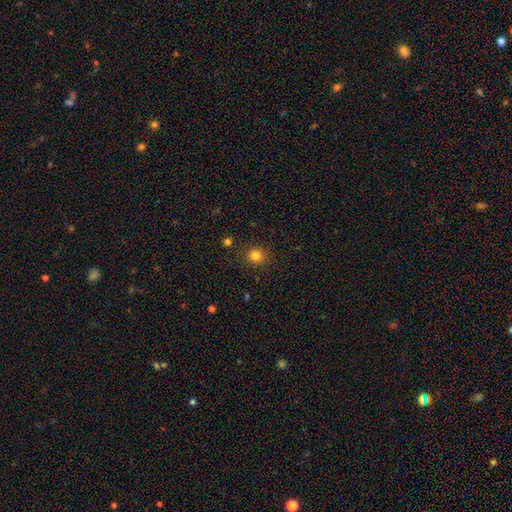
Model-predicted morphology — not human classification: smooth 81%, star or artifact 14%, featured or disk 5%. Down the decision tree: how rounded — round (90%); merging — none (89%).